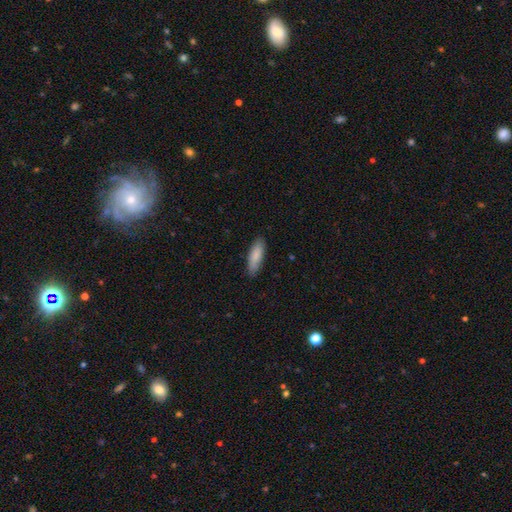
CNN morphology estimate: This is clearly a smooth galaxy (85%). How rounded: possibly in between (53%). Merging: clearly none (85%).